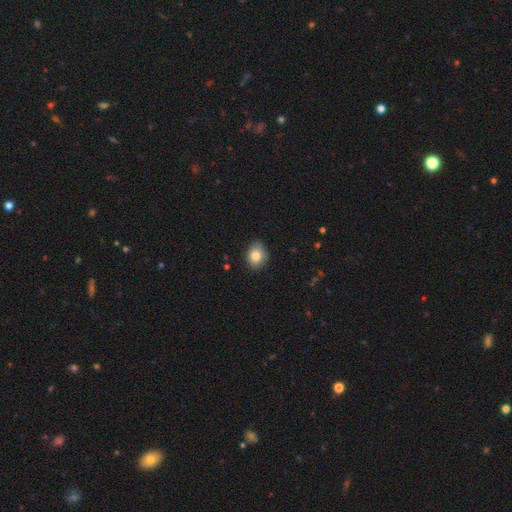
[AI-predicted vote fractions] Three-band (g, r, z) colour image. It shows a smooth galaxy with no disk features (81%) that is in between round and cigar-shaped (57%). Merging: none (75%).